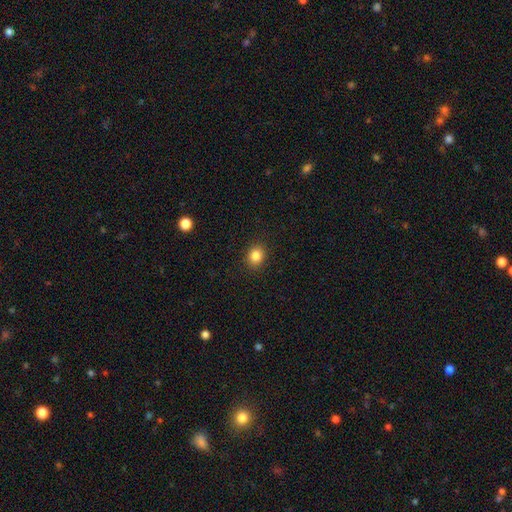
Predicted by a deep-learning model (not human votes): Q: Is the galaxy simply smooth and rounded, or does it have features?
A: smooth — 85%.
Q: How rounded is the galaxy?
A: round — 66%.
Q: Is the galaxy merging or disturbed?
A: none — 90%.